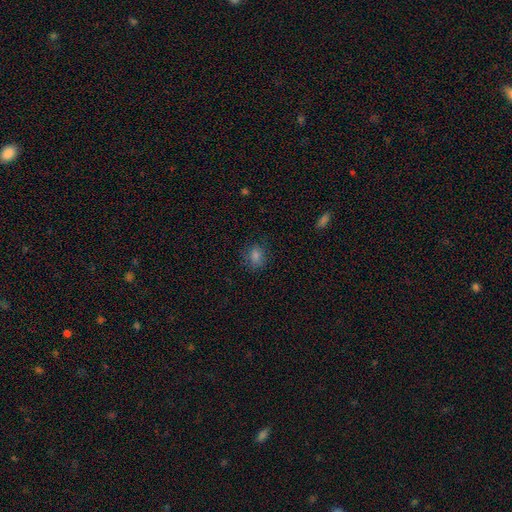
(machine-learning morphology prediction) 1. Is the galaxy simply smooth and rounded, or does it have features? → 77% smooth, 16% star or artifact, 7% featured or disk.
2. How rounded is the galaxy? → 58% round, 40% in between, 1% cigar-shaped.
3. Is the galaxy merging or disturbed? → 80% none, 14% minor disturbance, 4% major disturbance, 1% merger.